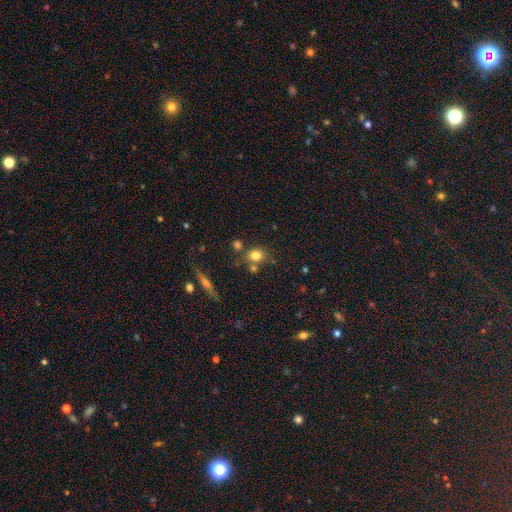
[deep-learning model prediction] This appears to be a smooth galaxy with no disk features (79%) that is round (64%). Merging: none (66%).